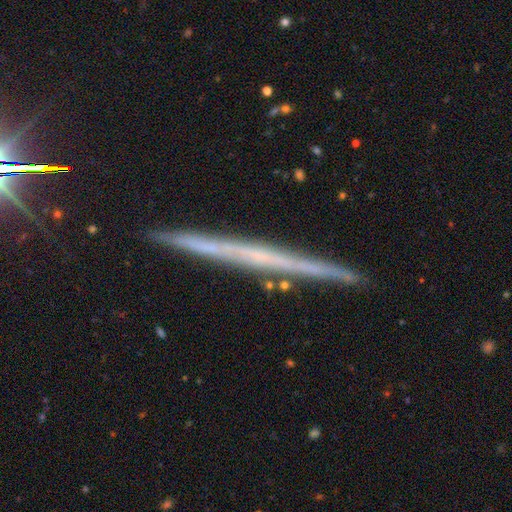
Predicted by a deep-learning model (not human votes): Smooth or featured? featured or disk (65%)
Edge-on disk? yes (97%)
Edge-on bulge? none (86%)
Merging? none (89%)